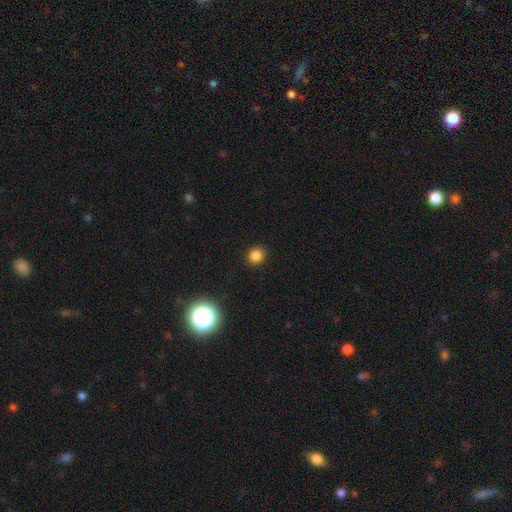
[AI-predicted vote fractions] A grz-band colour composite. It shows a smooth galaxy with no disk features (83%) that is round (92%). Merging: none (92%).